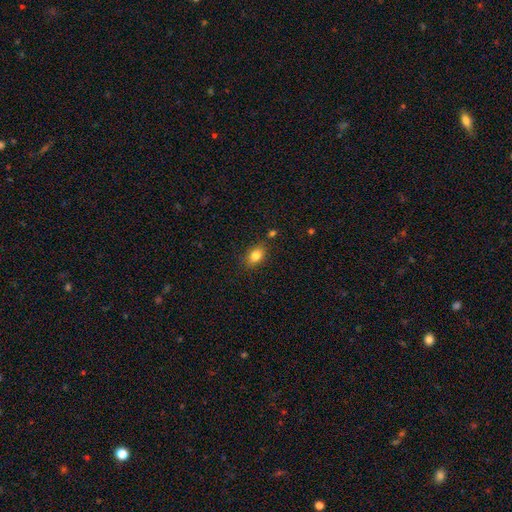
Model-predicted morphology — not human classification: Overall: smooth (82%). How rounded: in between (78%). Merging: none (79%).